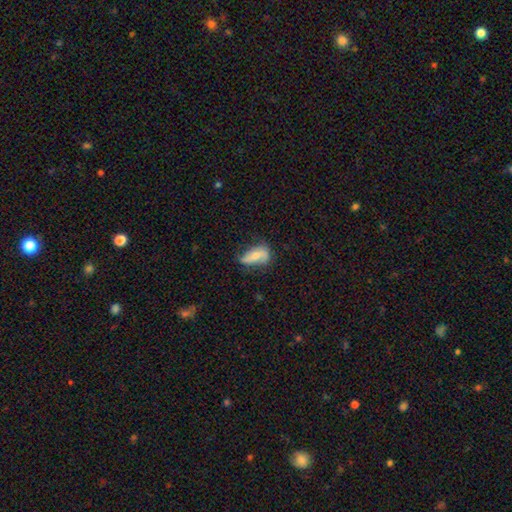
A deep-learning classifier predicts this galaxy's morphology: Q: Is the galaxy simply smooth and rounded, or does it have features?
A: smooth — 49%.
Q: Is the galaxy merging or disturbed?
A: none — 50%.